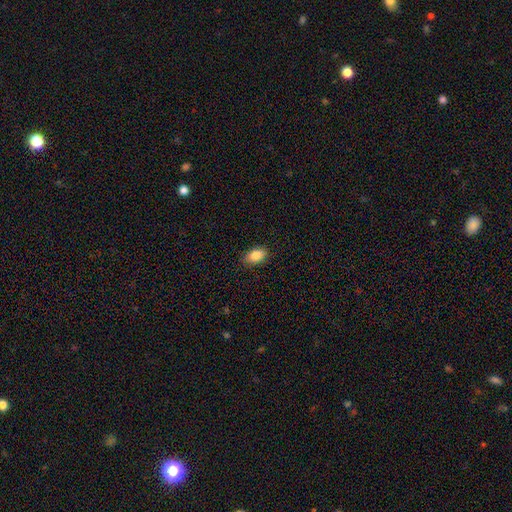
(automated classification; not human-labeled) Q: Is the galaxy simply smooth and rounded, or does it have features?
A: smooth — 87%.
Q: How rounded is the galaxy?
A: in between — 90%.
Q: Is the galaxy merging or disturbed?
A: none — 84%.